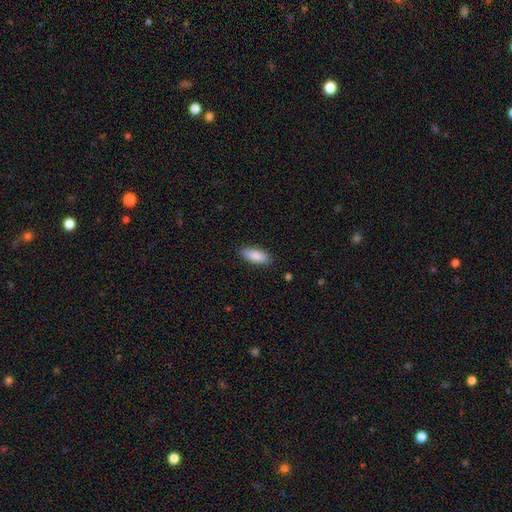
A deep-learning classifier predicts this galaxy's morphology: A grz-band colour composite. It shows a smooth galaxy with no disk features (85%) that is in between round and cigar-shaped (75%). Merging: none (87%).